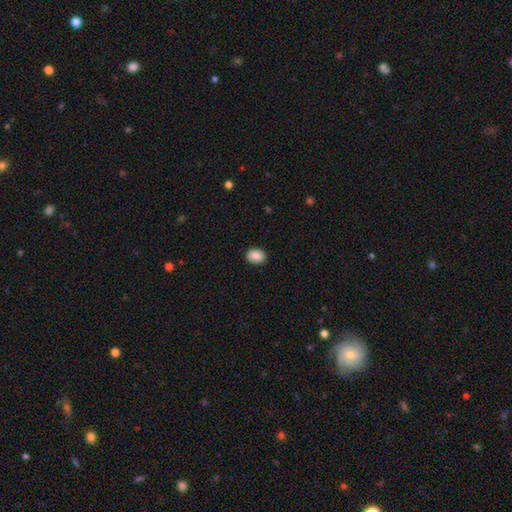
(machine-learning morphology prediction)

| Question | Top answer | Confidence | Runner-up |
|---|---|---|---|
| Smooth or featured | smooth | 87% | star or artifact (8%) |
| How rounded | in between | 62% | round (37%) |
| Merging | none | 89% | minor disturbance (8%) |